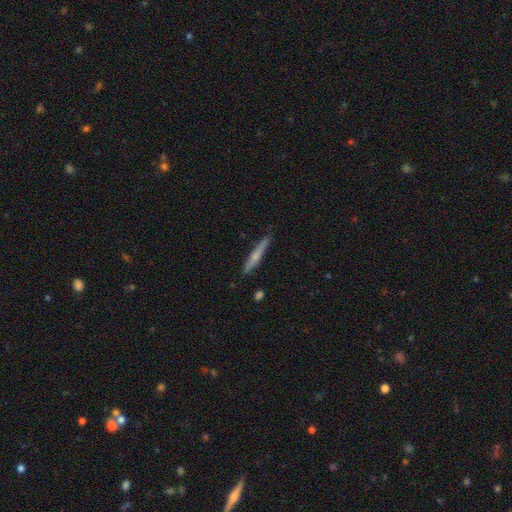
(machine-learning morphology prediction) type=smooth (50%); roundness=cigar-shaped (95%); merging=none (87%).